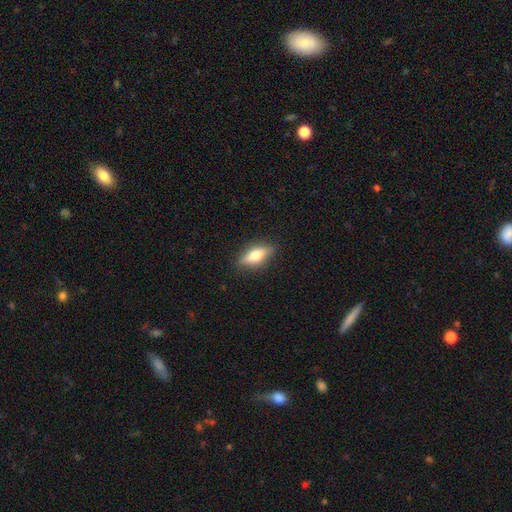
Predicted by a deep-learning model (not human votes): This is possibly a smooth galaxy (55%). How rounded: likely in between (64%). Merging: clearly none (87%).